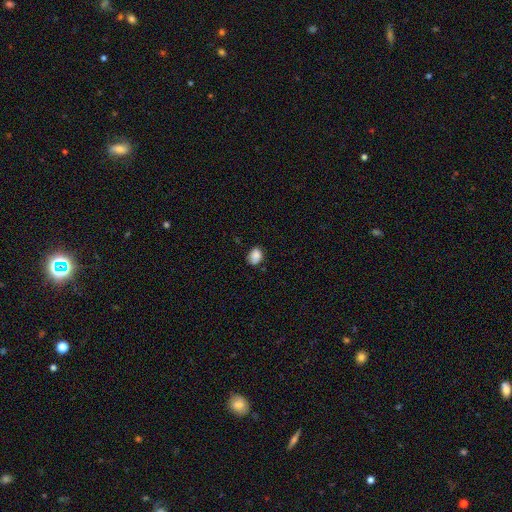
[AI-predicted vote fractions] smooth_or_featured: smooth (p=0.86) [alt: star or artifact p=0.09]
how_rounded: in between (p=0.55) [alt: round p=0.44]
merging: none (p=0.71) [alt: minor disturbance p=0.23]